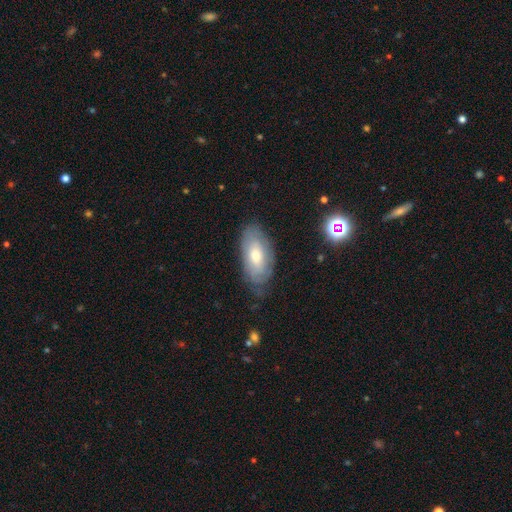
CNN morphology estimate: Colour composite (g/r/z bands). It shows a featured or disk galaxy (47%). Merging: none (72%).